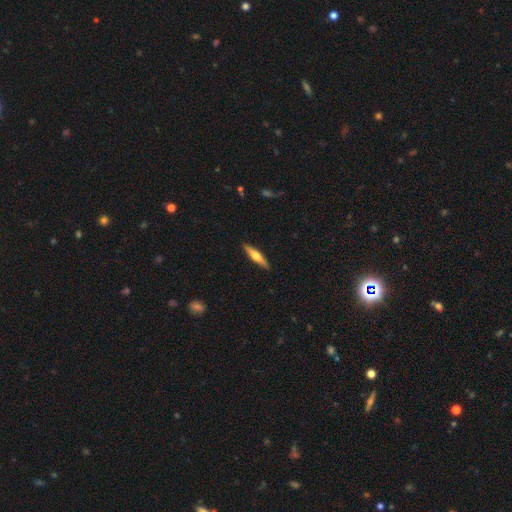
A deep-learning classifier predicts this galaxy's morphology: Smooth or featured?
  - featured or disk: 48% *
  - smooth: 46%
  - star or artifact: 5%
Merging?
  - none: 90% *
  - minor disturbance: 7%
  - major disturbance: 2%
  - merger: 1%